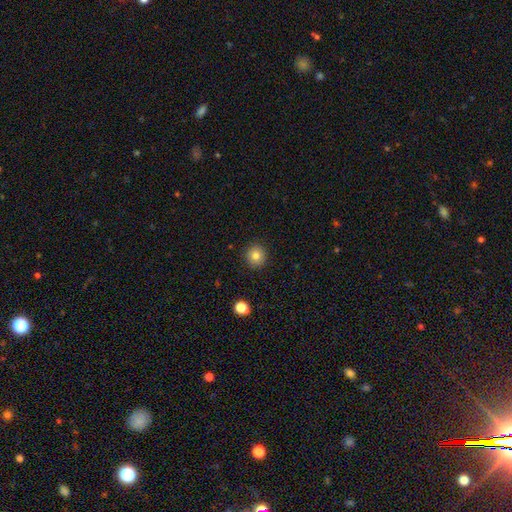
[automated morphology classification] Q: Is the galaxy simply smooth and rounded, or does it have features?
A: smooth — 82%.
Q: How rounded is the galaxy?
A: round — 92%.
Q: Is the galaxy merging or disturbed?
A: none — 91%.